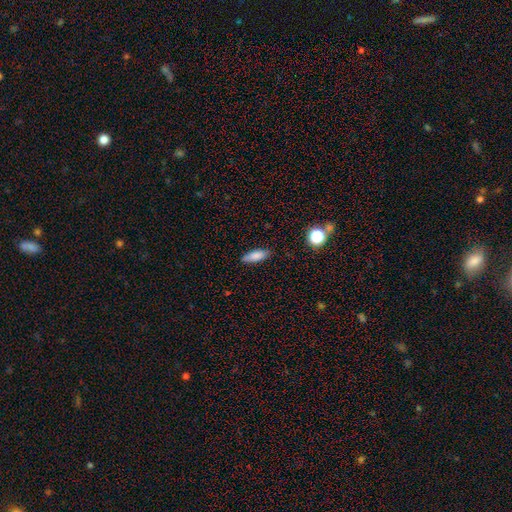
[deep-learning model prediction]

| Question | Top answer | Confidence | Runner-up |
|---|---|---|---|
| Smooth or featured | smooth | 82% | featured or disk (9%) |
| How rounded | in between | 63% | cigar-shaped (34%) |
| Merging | none | 85% | minor disturbance (12%) |